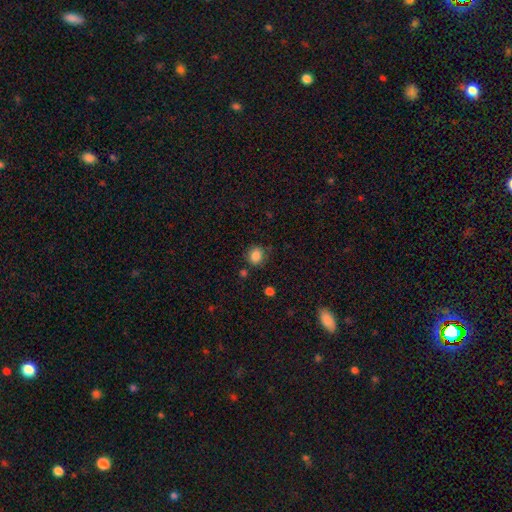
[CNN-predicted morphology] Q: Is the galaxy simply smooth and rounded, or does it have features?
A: smooth — 85%.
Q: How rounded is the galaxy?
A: round — 76%.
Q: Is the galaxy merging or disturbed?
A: none — 78%.